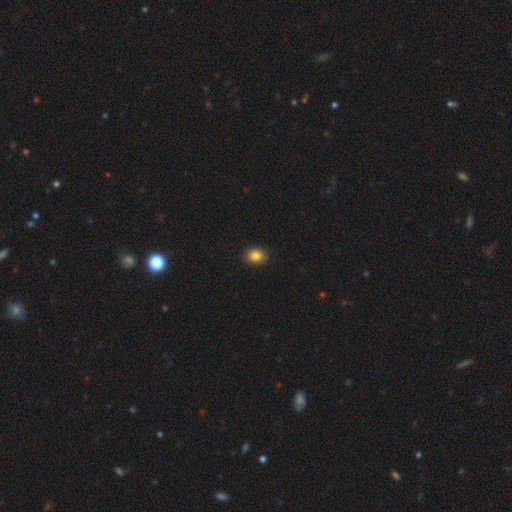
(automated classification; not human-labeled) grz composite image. It shows a smooth galaxy with no disk features (85%) that is in between round and cigar-shaped (65%). Merging: none (89%).